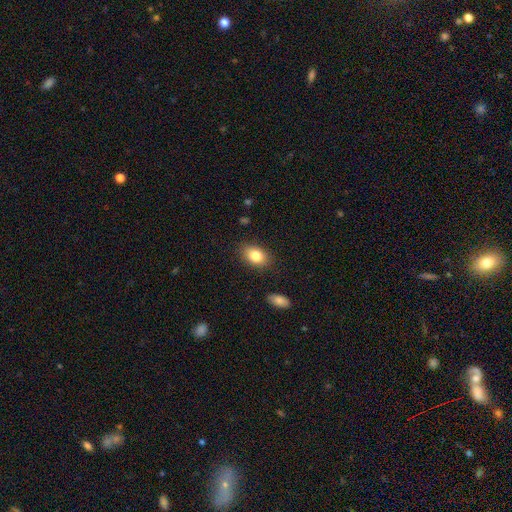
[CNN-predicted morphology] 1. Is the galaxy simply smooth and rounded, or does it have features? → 82% smooth, 10% featured or disk, 8% star or artifact.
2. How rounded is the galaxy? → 82% in between, 17% round, 1% cigar-shaped.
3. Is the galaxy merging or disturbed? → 84% none, 11% minor disturbance, 3% major disturbance, 2% merger.